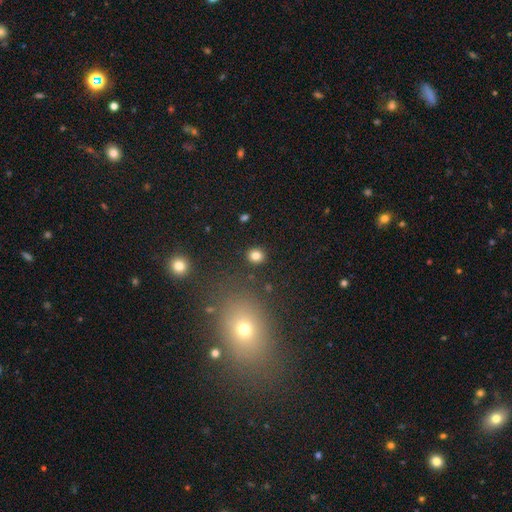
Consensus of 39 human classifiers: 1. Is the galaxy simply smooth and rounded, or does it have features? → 85% smooth, 10% star or artifact, 5% featured or disk.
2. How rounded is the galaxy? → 85% round, 15% in between, 0% cigar-shaped.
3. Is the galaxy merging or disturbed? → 89% none, 11% minor disturbance, 0% major disturbance, 0% merger.